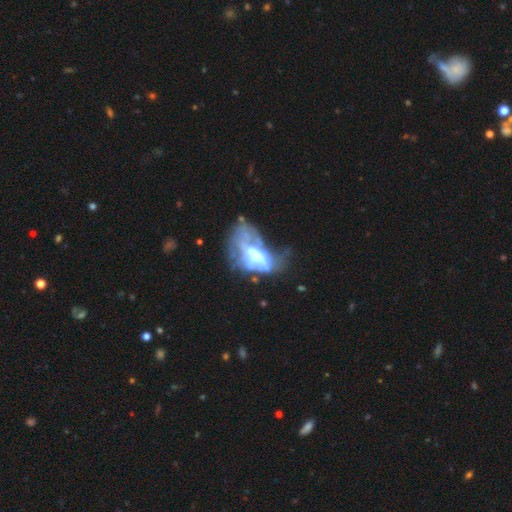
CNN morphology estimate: A featured or disk galaxy (65%) with no bar (65%), no spiral arms (76%) and a moderate central bulge (41%).

Vote fractions:
- Smooth or featured? featured or disk: 65% / smooth: 23% / star or artifact: 12%
- Edge-on disk? no: 93% / yes: 7%
- Bar? no: 65% / weak: 19% / strong: 15%
- Spiral arms? no: 76% / yes: 24%
- Bulge size? moderate: 41% / large: 38% / small: 8% / none: 7% / dominant: 6%
- Merging? major disturbance: 46% / none: 20% / merger: 17% / minor disturbance: 17%